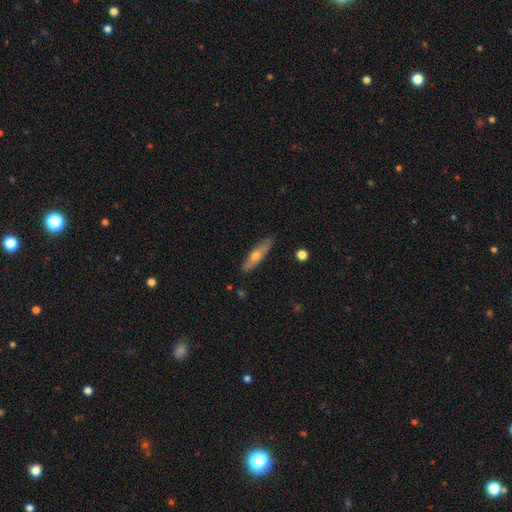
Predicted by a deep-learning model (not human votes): Smooth or featured?
  - smooth: 53% *
  - featured or disk: 41%
  - star or artifact: 6%
How rounded?
  - cigar-shaped: 71% *
  - in between: 27%
  - round: 2%
Merging?
  - none: 86% *
  - minor disturbance: 11%
  - major disturbance: 2%
  - merger: 1%